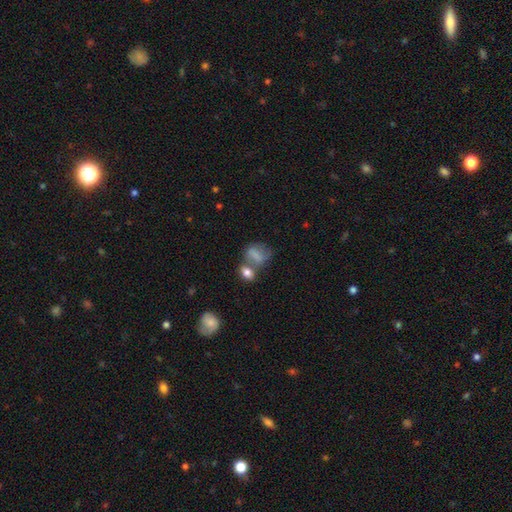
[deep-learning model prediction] The model was most divided on "merging": merger: 37%, none: 33%, minor disturbance: 17%, major disturbance: 13%. More confident: smooth or featured — smooth (72%); how rounded — in between (69%).